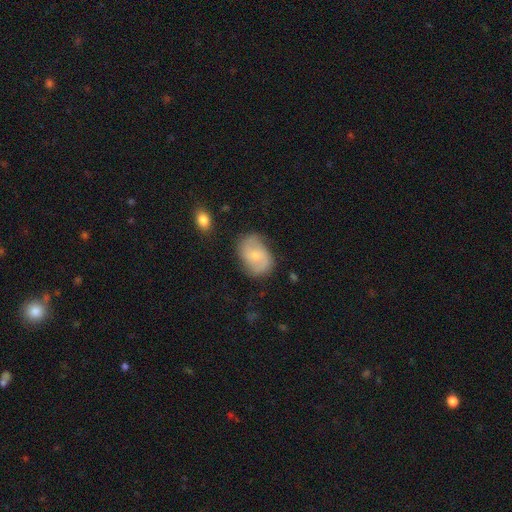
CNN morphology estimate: featured or disk 60%, smooth 33%, star or artifact 7%. Down the decision tree: edge-on disk — no (97%); bar — no (61%); spiral arms — yes (89%); spiral arm count — 2 (84%); spiral winding — medium (45%); bulge size — small (58%); merging — none (71%).